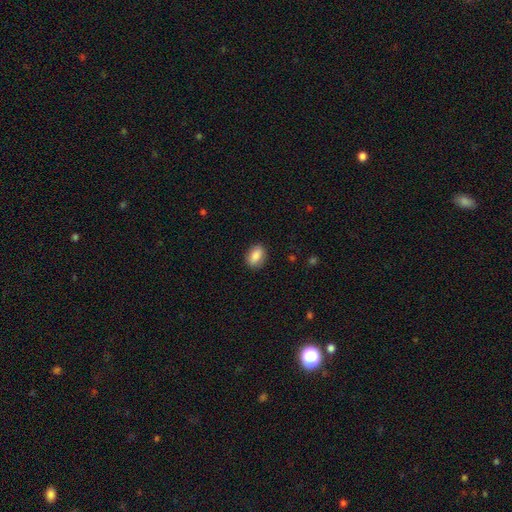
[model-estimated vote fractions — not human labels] smooth 87%, star or artifact 7%, featured or disk 6%. Down the decision tree: how rounded — in between (81%); merging — none (87%).